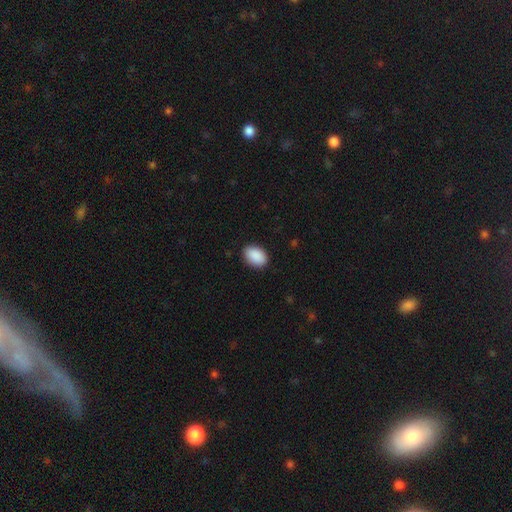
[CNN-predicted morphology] This is clearly a smooth galaxy (91%). How rounded: clearly in between (88%). Merging: clearly none (88%).